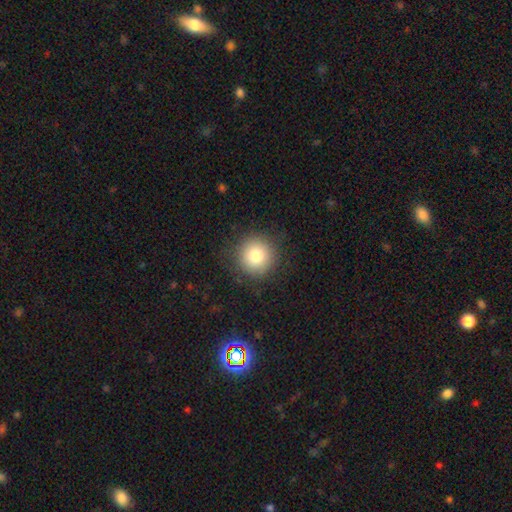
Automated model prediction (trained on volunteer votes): smooth-or-featured: smooth: 80% | star or artifact: 11% | featured or disk: 9%
  how-rounded: round: 95% | in between: 4% | cigar-shaped: 1%
  merging: none: 88% | minor disturbance: 8% | major disturbance: 3% | merger: 1%